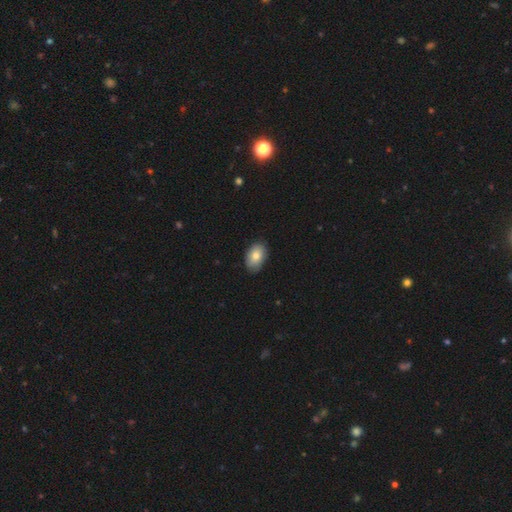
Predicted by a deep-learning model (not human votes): The model was most divided on "smooth or featured": smooth: 80%, featured or disk: 13%, star or artifact: 7%. More confident: how rounded — in between (89%); merging — none (83%).